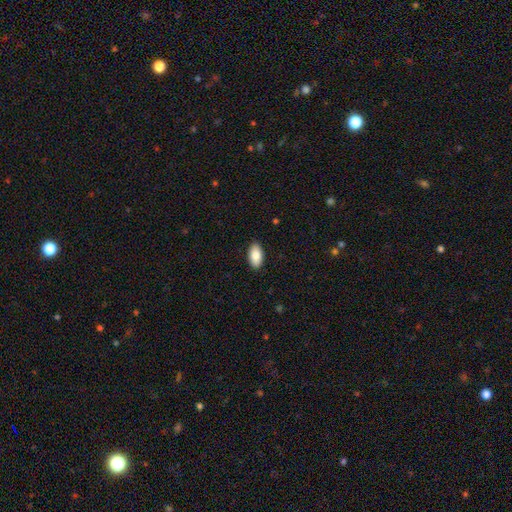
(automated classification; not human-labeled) Q: Smooth or featured?
A: smooth (87%); runner-up: featured or disk (6%)
Q: How rounded?
A: in between (94%); runner-up: cigar-shaped (3%)
Q: Merging?
A: none (89%); runner-up: minor disturbance (8%)